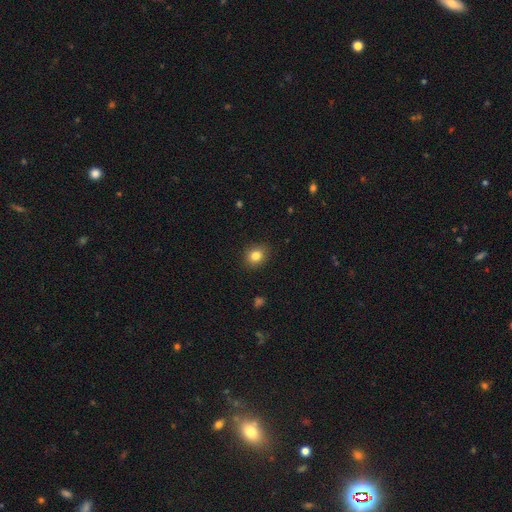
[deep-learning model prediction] Smooth or featured? Predicted: smooth (p=0.83). How rounded? Predicted: round (p=0.68). Merging? Predicted: none (p=0.89).